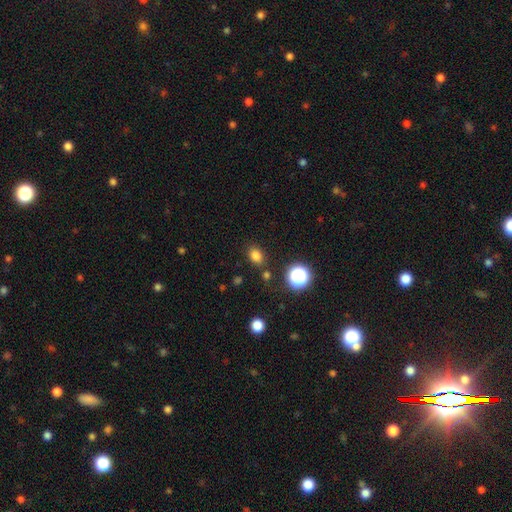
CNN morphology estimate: A smooth galaxy with no disk features (79%) that is in between round and cigar-shaped (61%). Merging: none (82%).